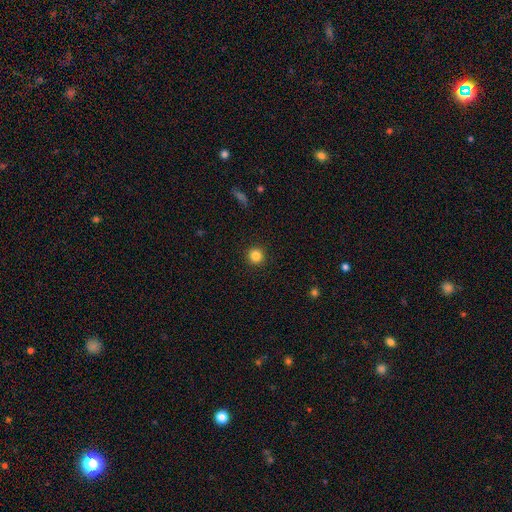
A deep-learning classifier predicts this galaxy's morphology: smooth_or_featured: smooth (p=0.84) [alt: star or artifact p=0.11]
how_rounded: round (p=0.95) [alt: in between p=0.04]
merging: none (p=0.93) [alt: minor disturbance p=0.05]